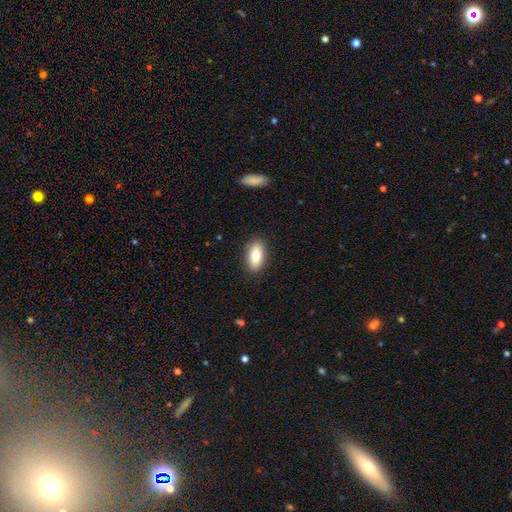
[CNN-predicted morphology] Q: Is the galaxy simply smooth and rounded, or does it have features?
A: smooth — 79%.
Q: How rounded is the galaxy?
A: in between — 87%.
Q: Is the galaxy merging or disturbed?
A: none — 88%.